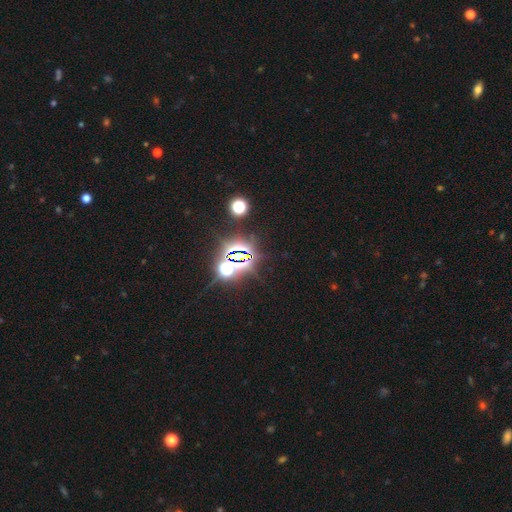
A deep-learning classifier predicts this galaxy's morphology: A star or artifact, not a galaxy (80%).

Vote fractions:
- Smooth or featured? star or artifact: 80% / smooth: 12% / featured or disk: 7%